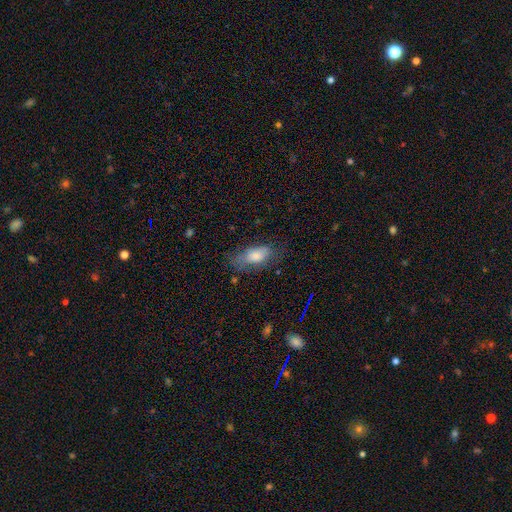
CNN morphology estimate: Smooth or featured: smooth — 75% (featured or disk — 18%)
How rounded: in between — 85% (cigar-shaped — 12%)
Merging: none — 55% (minor disturbance — 28%)